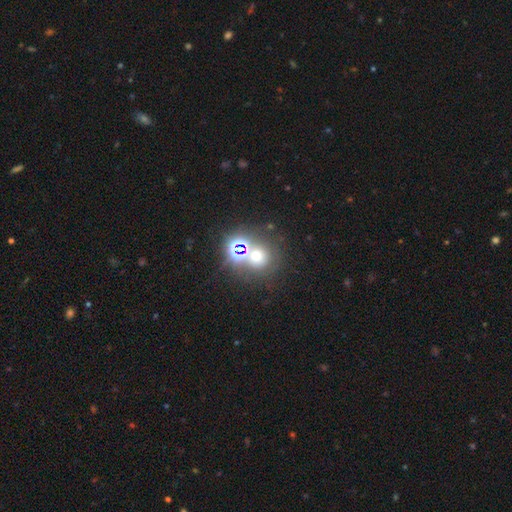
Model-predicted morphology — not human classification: Smooth or featured? Predicted: smooth (p=0.48). Merging? Predicted: none (p=0.61).